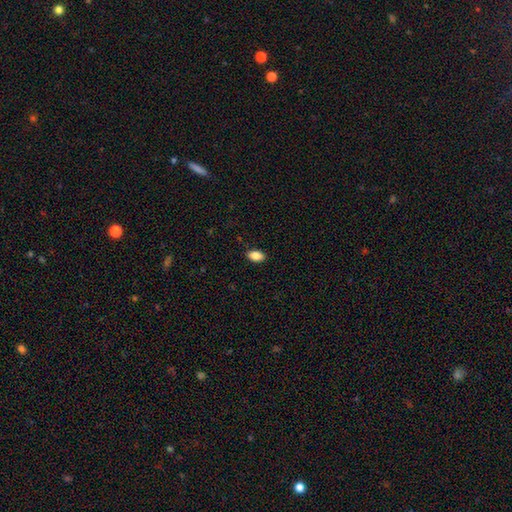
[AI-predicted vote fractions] A smooth galaxy with no disk features (87%) that is in between round and cigar-shaped (91%).

Vote fractions:
- Smooth or featured? smooth: 87% / star or artifact: 8% / featured or disk: 5%
- How rounded? in between: 91% / round: 6% / cigar-shaped: 3%
- Merging? none: 88% / minor disturbance: 9% / major disturbance: 2% / merger: 1%